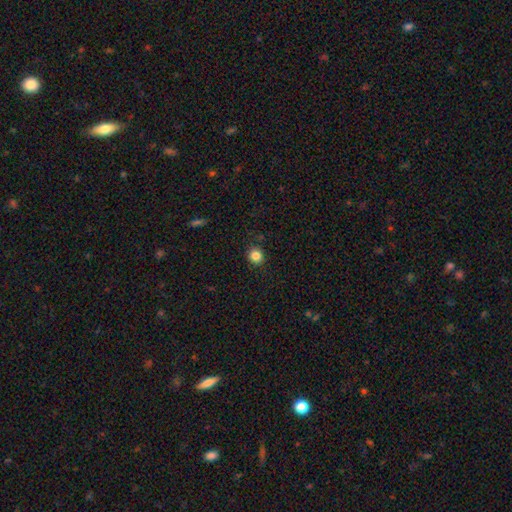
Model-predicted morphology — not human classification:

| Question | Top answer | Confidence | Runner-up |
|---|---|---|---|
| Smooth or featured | smooth | 84% | star or artifact (11%) |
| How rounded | round | 86% | in between (13%) |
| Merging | none | 90% | minor disturbance (7%) |